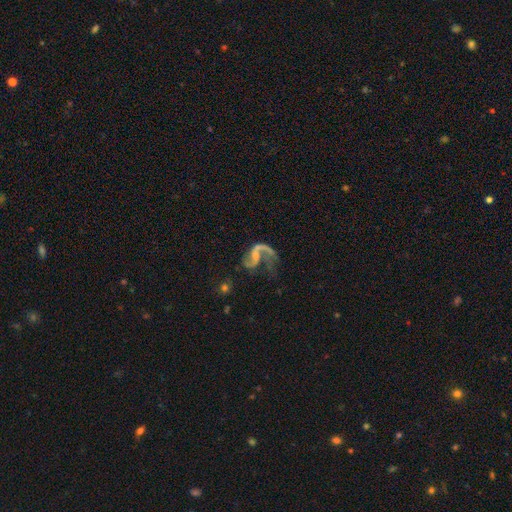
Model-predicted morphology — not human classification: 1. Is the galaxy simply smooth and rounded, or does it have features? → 88% featured or disk, 7% star or artifact, 6% smooth.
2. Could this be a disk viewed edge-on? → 98% no, 2% yes.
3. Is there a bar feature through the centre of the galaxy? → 45% no, 40% weak, 15% strong.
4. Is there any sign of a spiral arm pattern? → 94% yes, 6% no.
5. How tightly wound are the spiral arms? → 75% loose, 21% medium, 4% tight.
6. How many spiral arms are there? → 76% 2, 19% 1, 2% can't tell, 1% 3, 1% 4, 1% more than 4.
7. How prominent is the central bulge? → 55% small, 22% none, 20% moderate, 2% large, 1% dominant.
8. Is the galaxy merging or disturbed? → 42% none, 34% major disturbance, 18% minor disturbance, 6% merger.